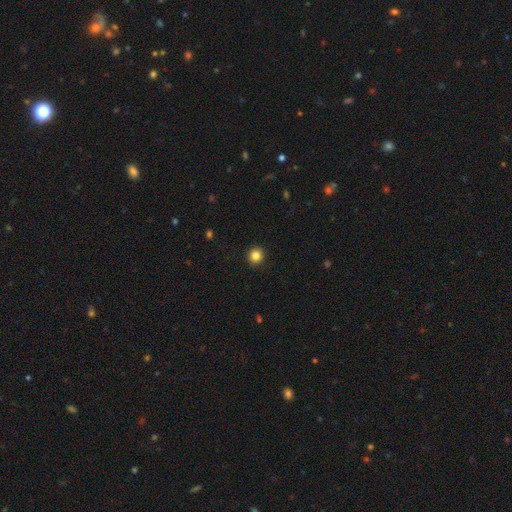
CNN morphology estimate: Smooth or featured? smooth (84%)
How rounded? round (91%)
Merging? none (93%)